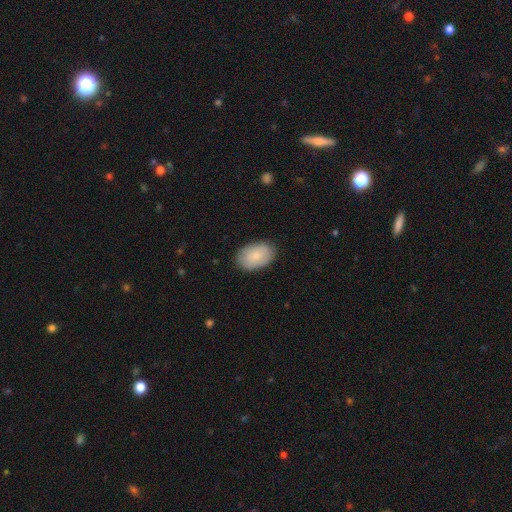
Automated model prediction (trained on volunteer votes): smooth-or-featured: smooth: 80% | featured or disk: 14% | star or artifact: 6%
  how-rounded: in between: 90% | round: 9% | cigar-shaped: 1%
  merging: none: 84% | minor disturbance: 12% | major disturbance: 3% | merger: 1%